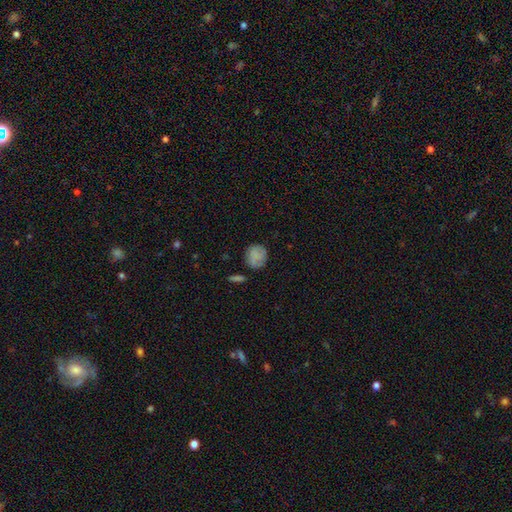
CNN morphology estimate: Smooth or featured: smooth — 80% (featured or disk — 11%)
How rounded: round — 76% (in between — 23%)
Merging: none — 70% (minor disturbance — 20%)